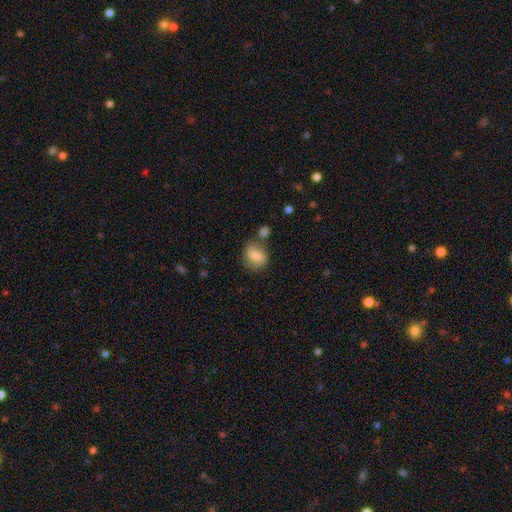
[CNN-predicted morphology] smooth-or-featured: smooth: 74% | featured or disk: 18% | star or artifact: 8%
  how-rounded: round: 50% | in between: 48% | cigar-shaped: 2%
  merging: none: 58% | merger: 18% | minor disturbance: 18% | major disturbance: 6%